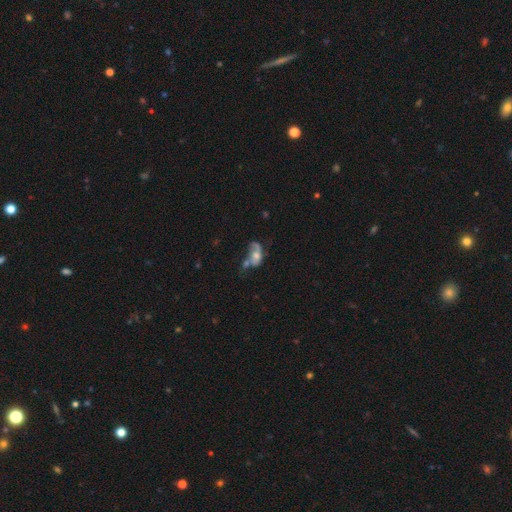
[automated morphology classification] smooth_or_featured: featured or disk (p=0.51) [alt: smooth p=0.39]
disk_edge_on: no (p=0.94) [alt: yes p=0.06]
merging: merger (p=0.32) [alt: major disturbance p=0.28]